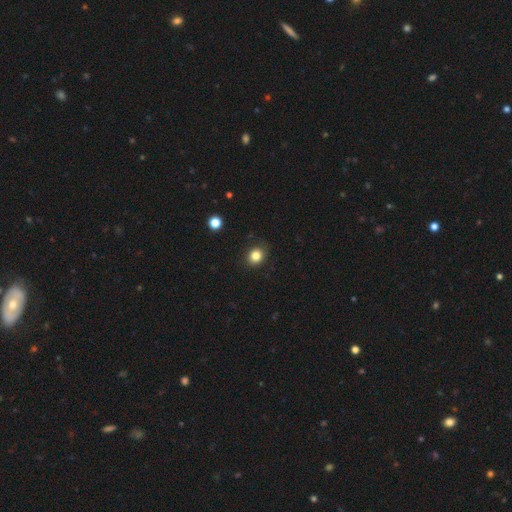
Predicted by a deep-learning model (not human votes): smooth 83%, star or artifact 12%, featured or disk 6%. Down the decision tree: how rounded — round (70%); merging — none (86%).